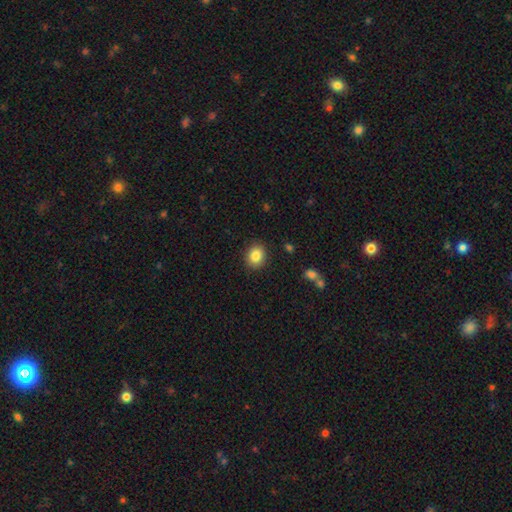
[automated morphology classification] This is clearly a smooth galaxy (86%). How rounded: likely round (62%). Merging: clearly none (88%).